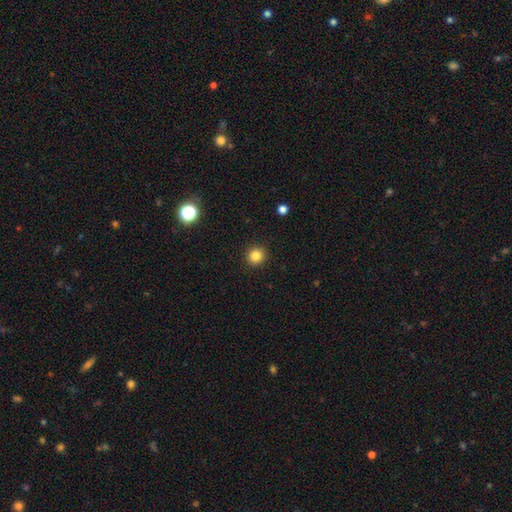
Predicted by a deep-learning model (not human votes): Morphology: type=smooth (84%); roundness=round (91%); merging=none (92%).